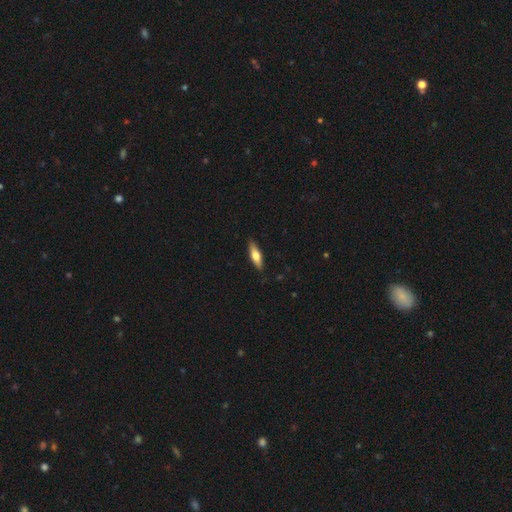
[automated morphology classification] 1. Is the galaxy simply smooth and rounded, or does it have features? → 55% smooth, 39% featured or disk, 6% star or artifact.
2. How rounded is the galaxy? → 60% cigar-shaped, 38% in between, 2% round.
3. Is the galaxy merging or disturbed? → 88% none, 9% minor disturbance, 2% major disturbance, 1% merger.